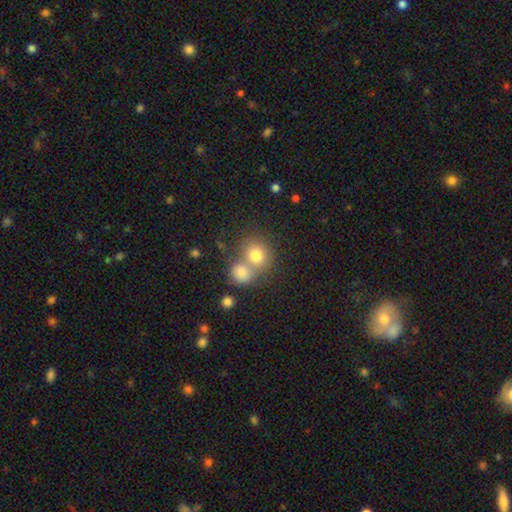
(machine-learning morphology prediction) This is likely a smooth galaxy (78%). How rounded: likely round (79%). Merging: possibly merger (50%).